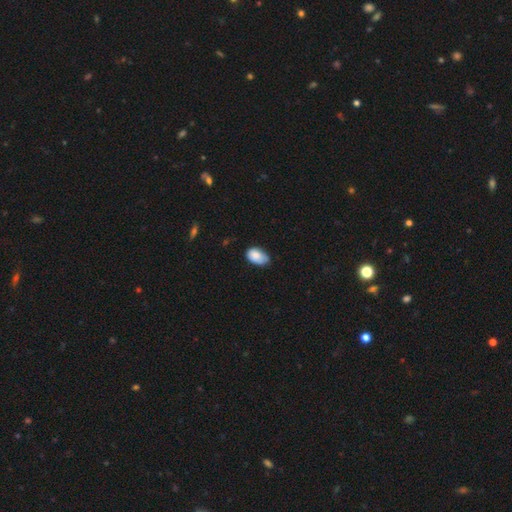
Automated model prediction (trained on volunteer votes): Smooth or featured?
  - smooth: 80% *
  - featured or disk: 13%
  - star or artifact: 7%
How rounded?
  - in between: 90% *
  - round: 9%
  - cigar-shaped: 1%
Merging?
  - none: 52% *
  - minor disturbance: 40%
  - major disturbance: 6%
  - merger: 2%